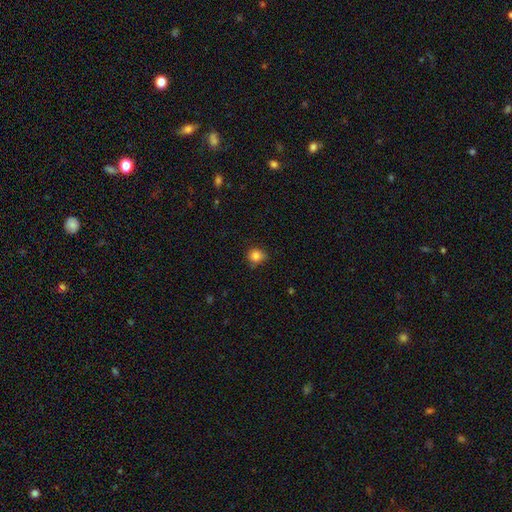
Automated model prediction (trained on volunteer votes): Overall: smooth (83%). How rounded: round (78%). Merging: none (69%).